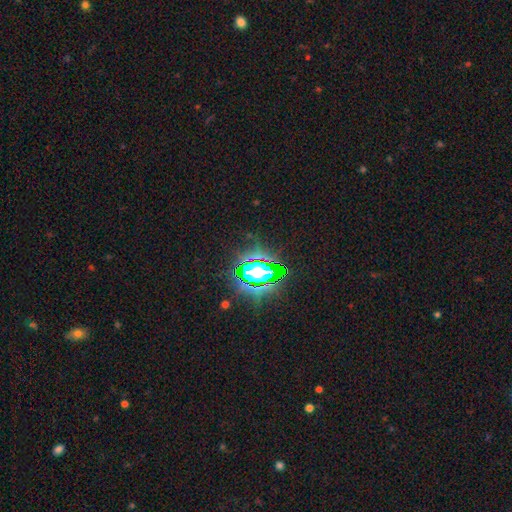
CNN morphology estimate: star or artifact 73%, smooth 15%, featured or disk 12%.